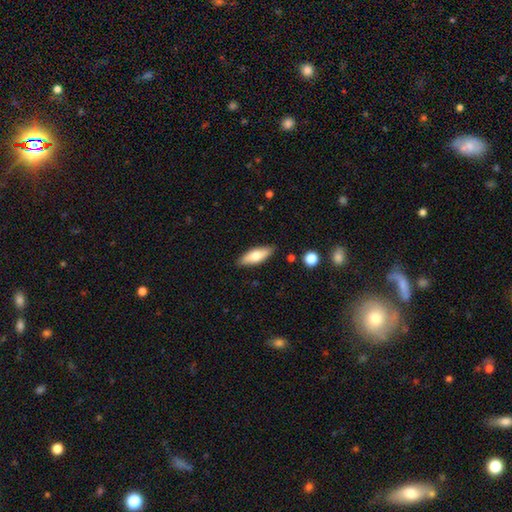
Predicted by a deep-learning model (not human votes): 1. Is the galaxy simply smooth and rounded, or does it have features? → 70% smooth, 24% featured or disk, 6% star or artifact.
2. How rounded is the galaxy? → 63% in between, 35% cigar-shaped, 2% round.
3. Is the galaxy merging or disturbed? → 85% none, 11% minor disturbance, 2% major disturbance, 2% merger.